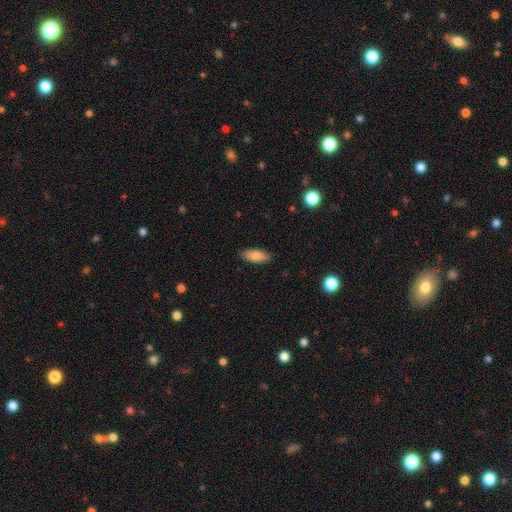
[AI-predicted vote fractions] This is clearly a smooth galaxy (85%). How rounded: clearly in between (81%). Merging: clearly none (87%).